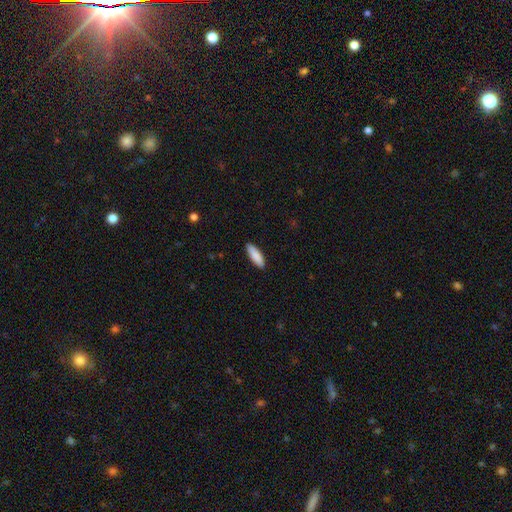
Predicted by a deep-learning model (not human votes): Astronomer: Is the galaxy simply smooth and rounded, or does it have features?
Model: smooth — 88%.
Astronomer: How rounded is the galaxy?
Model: cigar-shaped — 50% (runner-up: in between, 49%).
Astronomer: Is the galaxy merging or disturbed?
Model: none — 90%.